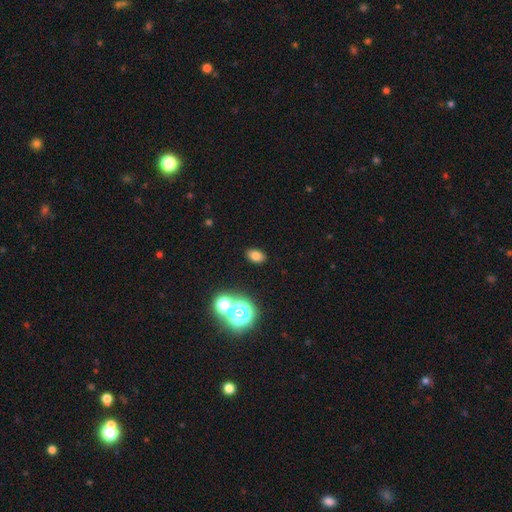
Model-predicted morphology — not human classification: smooth-or-featured: smooth: 75% | star or artifact: 17% | featured or disk: 8%
  how-rounded: in between: 82% | round: 16% | cigar-shaped: 2%
  merging: none: 87% | minor disturbance: 8% | merger: 3% | major disturbance: 2%